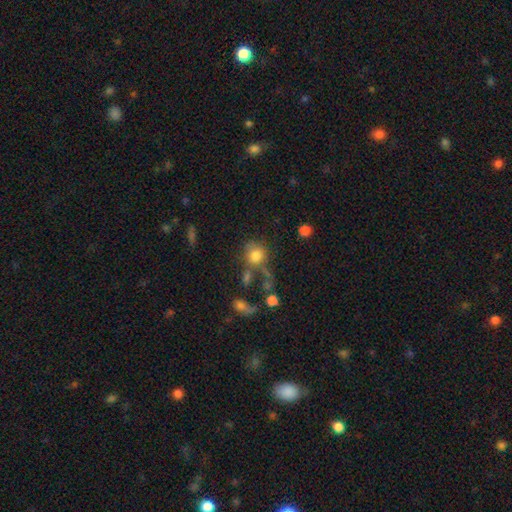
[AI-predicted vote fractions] This appears to be a smooth galaxy with no disk features (77%) that is round (77%). Merging: none (42%).